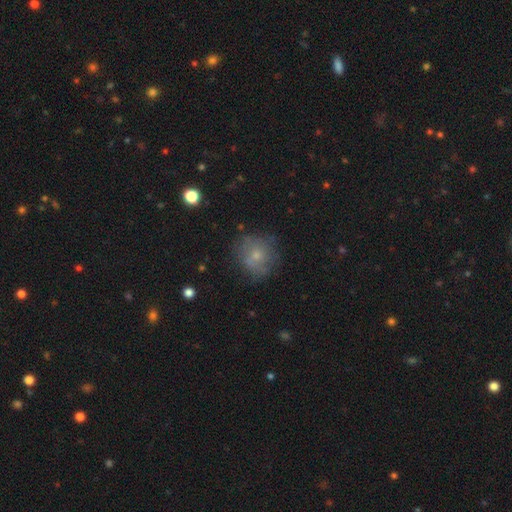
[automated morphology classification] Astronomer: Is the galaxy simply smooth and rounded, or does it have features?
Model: smooth — 63%.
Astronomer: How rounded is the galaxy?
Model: round — 84%.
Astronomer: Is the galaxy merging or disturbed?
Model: none — 67%.